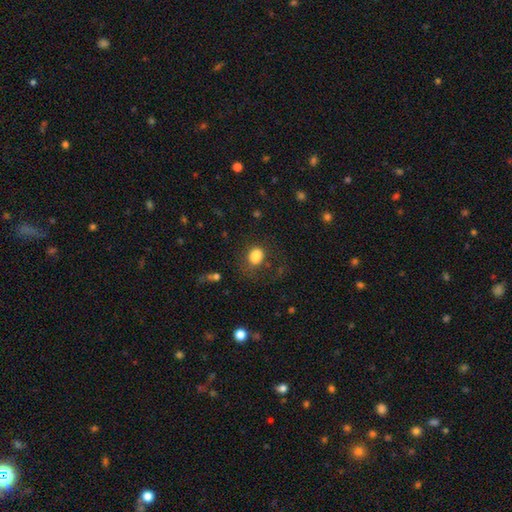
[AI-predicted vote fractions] Smooth or featured?
  - smooth: 84% *
  - star or artifact: 10%
  - featured or disk: 6%
How rounded?
  - in between: 50% *
  - round: 49%
  - cigar-shaped: 1%
Merging?
  - none: 64% *
  - minor disturbance: 19%
  - major disturbance: 14%
  - merger: 3%